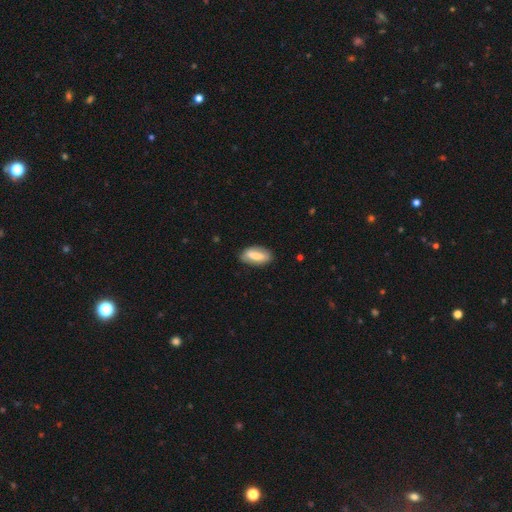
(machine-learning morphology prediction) Smooth or featured? Predicted: smooth (p=0.68). How rounded? Predicted: in between (p=0.83). Merging? Predicted: none (p=0.81).